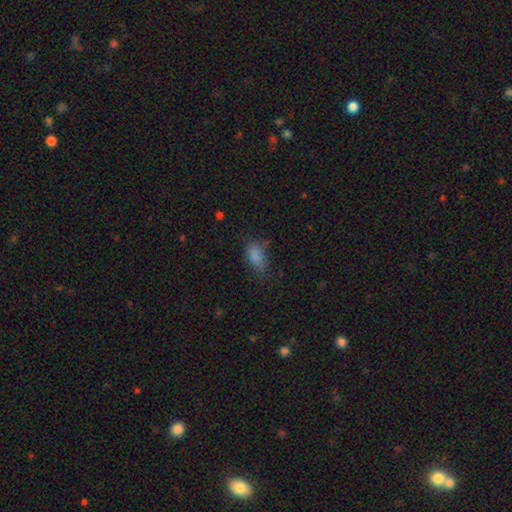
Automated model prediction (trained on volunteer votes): A smooth galaxy with no disk features (82%) that is in between round and cigar-shaped (89%).

Vote fractions:
- Smooth or featured? smooth: 82% / star or artifact: 11% / featured or disk: 7%
- How rounded? in between: 89% / round: 7% / cigar-shaped: 4%
- Merging? none: 60% / minor disturbance: 27% / major disturbance: 11% / merger: 2%